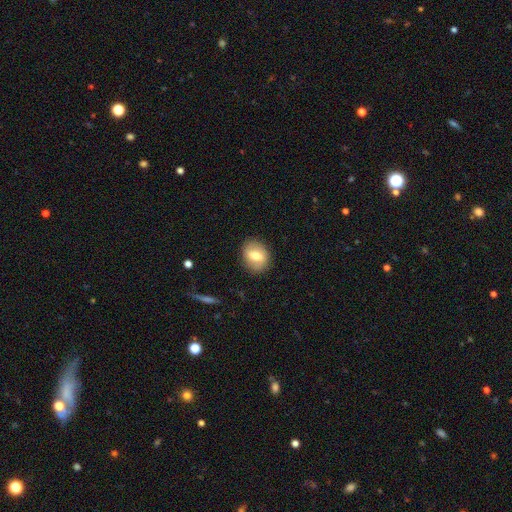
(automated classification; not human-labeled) Smooth or featured?
  - smooth: 65% *
  - featured or disk: 27%
  - star or artifact: 8%
How rounded?
  - round: 53% *
  - in between: 45%
  - cigar-shaped: 1%
Merging?
  - none: 86% *
  - minor disturbance: 10%
  - major disturbance: 3%
  - merger: 1%